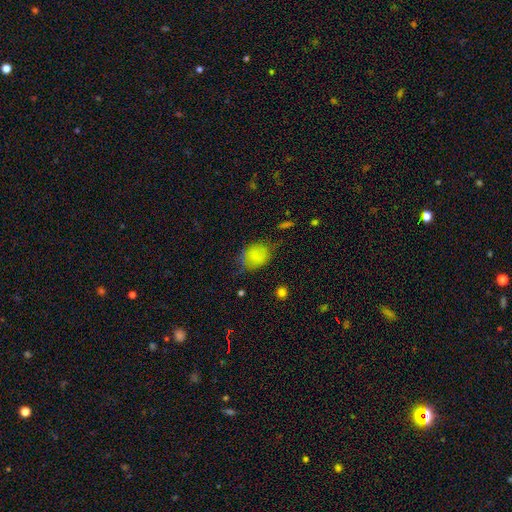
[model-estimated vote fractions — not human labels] Smooth or featured? Predicted: smooth (p=0.72). How rounded? Predicted: in between (p=0.66). Merging? Predicted: none (p=0.58).